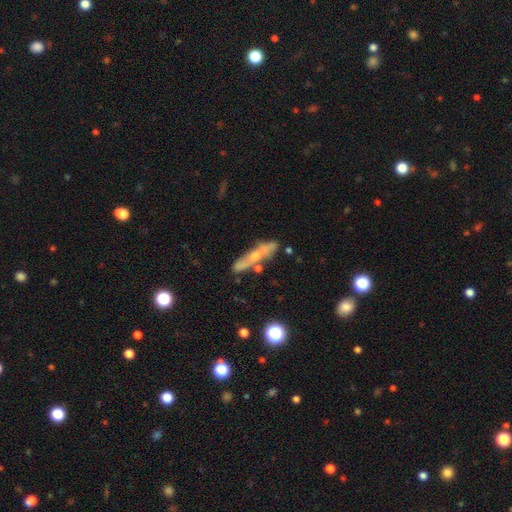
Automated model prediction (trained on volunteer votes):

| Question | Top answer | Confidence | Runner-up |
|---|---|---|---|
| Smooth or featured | featured or disk | 52% | smooth (38%) |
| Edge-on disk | yes | 67% | no (33%) |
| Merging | none | 64% | minor disturbance (18%) |